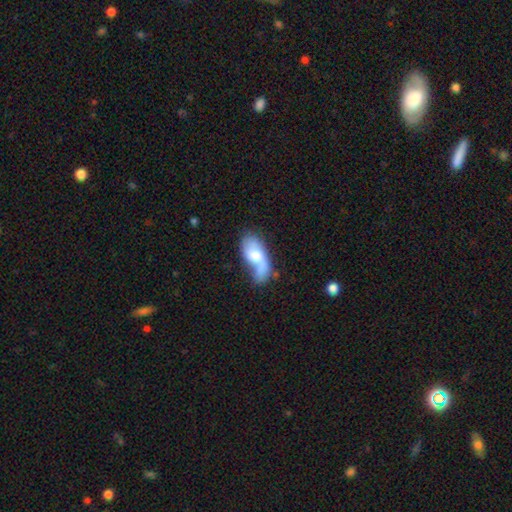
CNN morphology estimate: Q: Smooth or featured?
A: smooth (57%); runner-up: featured or disk (36%)
Q: How rounded?
A: in between (87%); runner-up: cigar-shaped (9%)
Q: Merging?
A: merger (27%); runner-up: none (26%)